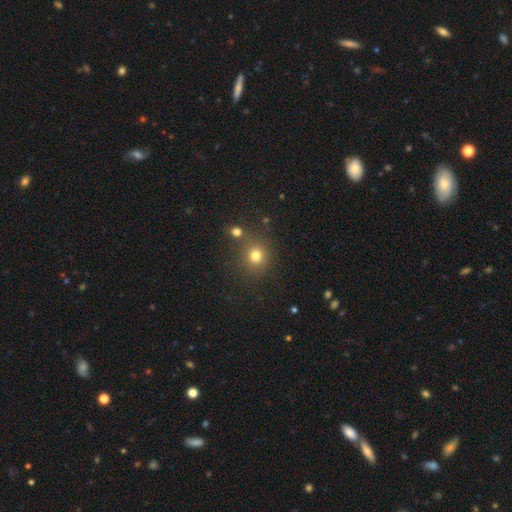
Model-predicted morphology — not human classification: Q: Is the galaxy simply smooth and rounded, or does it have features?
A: smooth — 76%.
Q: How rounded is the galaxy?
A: round — 88%.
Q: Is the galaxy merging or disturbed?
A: none — 74%.